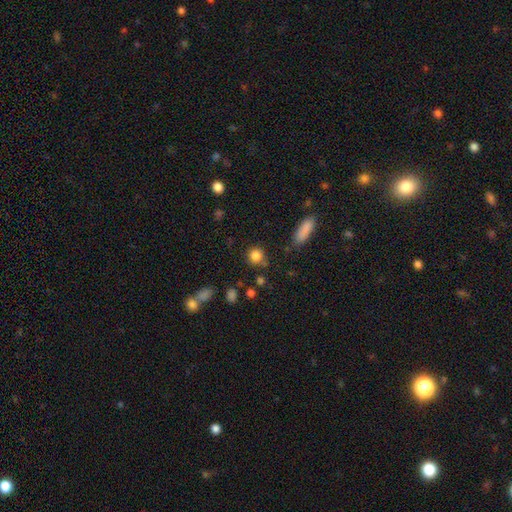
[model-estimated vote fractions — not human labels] Smooth or featured? Predicted: smooth (p=0.84). How rounded? Predicted: round (p=0.86). Merging? Predicted: none (p=0.77).